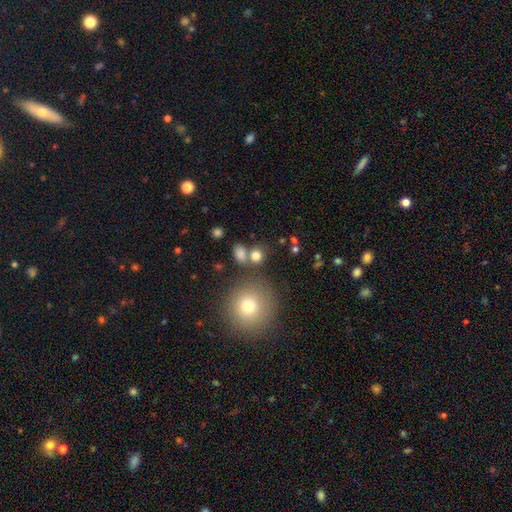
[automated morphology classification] Smooth or featured: smooth — 78% (star or artifact — 14%)
How rounded: round — 70% (in between — 28%)
Merging: none — 63% (merger — 23%)